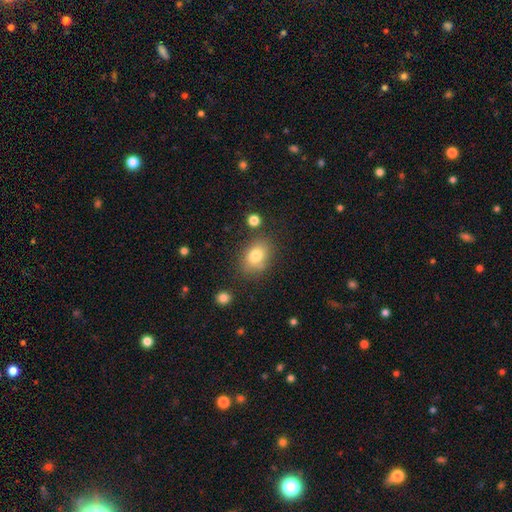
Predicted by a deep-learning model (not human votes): Smooth or featured? smooth (80%)
How rounded? in between (73%)
Merging? none (74%)